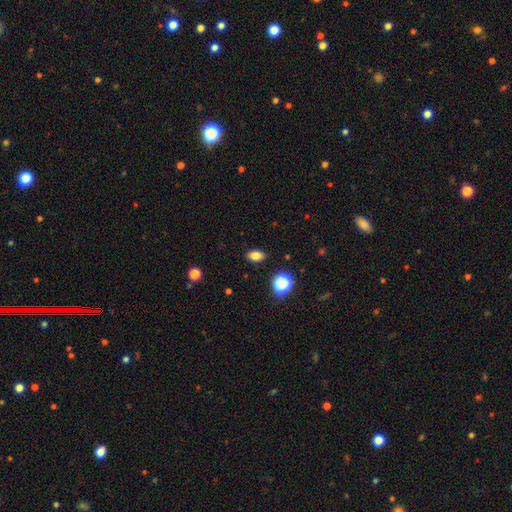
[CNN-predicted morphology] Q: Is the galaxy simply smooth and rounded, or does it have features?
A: smooth — 79%.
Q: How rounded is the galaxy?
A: in between — 84%.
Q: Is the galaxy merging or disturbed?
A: none — 88%.